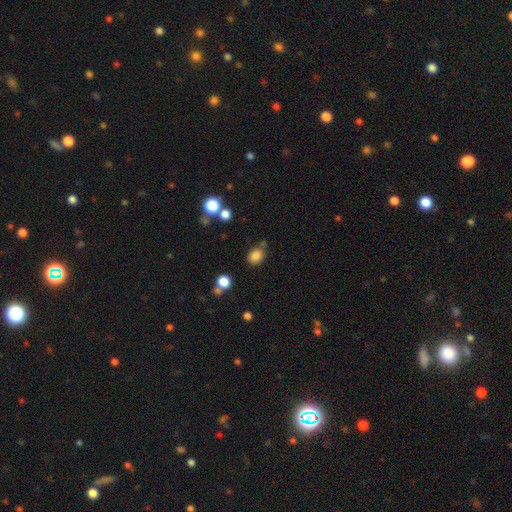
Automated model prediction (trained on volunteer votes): Smooth or featured: smooth — 82% (star or artifact — 12%)
How rounded: round — 51% (in between — 48%)
Merging: none — 70% (minor disturbance — 17%)